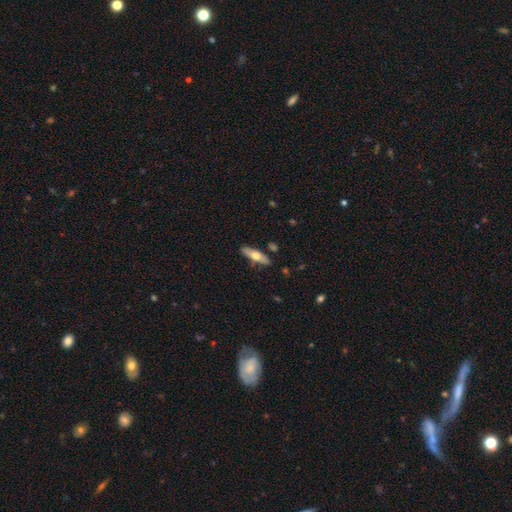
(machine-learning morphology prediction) Smooth or featured? smooth (51%)
How rounded? cigar-shaped (54%)
Merging? none (85%)